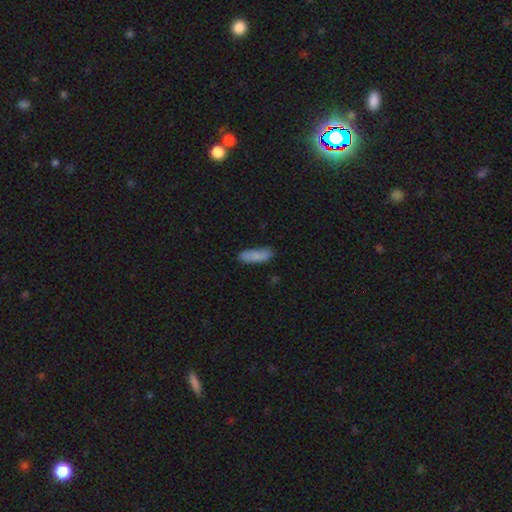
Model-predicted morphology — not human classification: This appears to be a smooth galaxy with no disk features (82%) that is in between round and cigar-shaped (59%). Merging: none (75%).